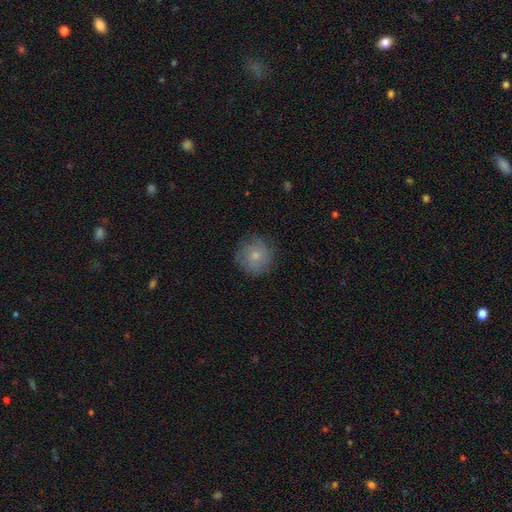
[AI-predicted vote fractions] Smooth or featured? Predicted: smooth (p=0.70). How rounded? Predicted: round (p=0.93). Merging? Predicted: none (p=0.80).